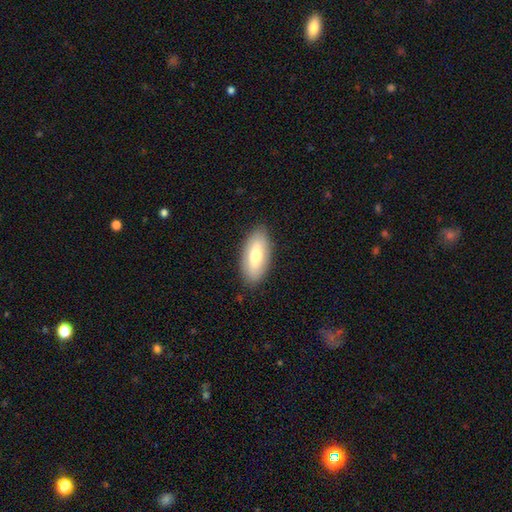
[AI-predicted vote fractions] smooth_or_featured: smooth (p=0.68) [alt: featured or disk p=0.25]
how_rounded: in between (p=0.85) [alt: cigar-shaped p=0.12]
merging: none (p=0.87) [alt: minor disturbance p=0.09]